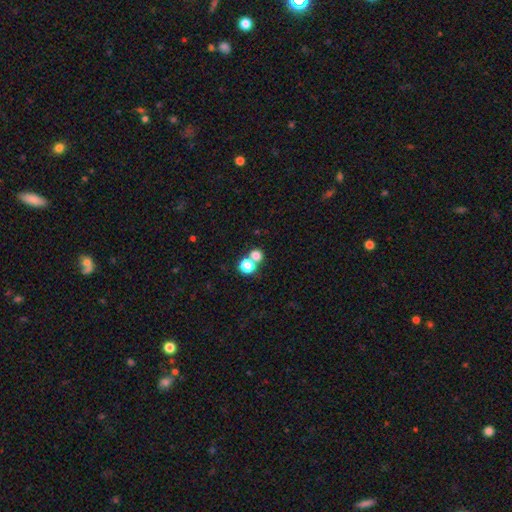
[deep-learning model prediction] Smooth or featured? Predicted: smooth (p=0.76). How rounded? Predicted: round (p=0.78). Merging? Predicted: none (p=0.48).